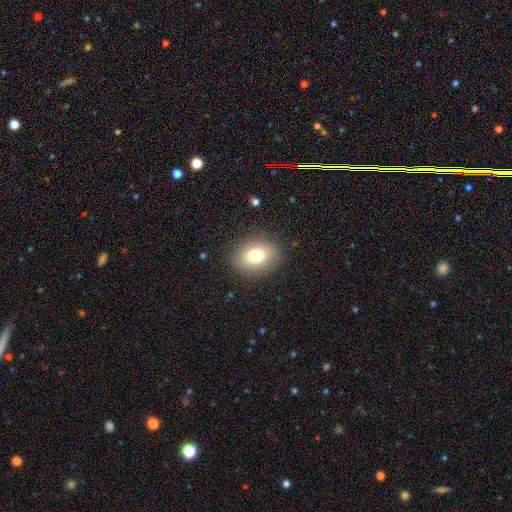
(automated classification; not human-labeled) Overall: smooth (77%). How rounded: in between (61%; round 38%). Merging: none (86%).